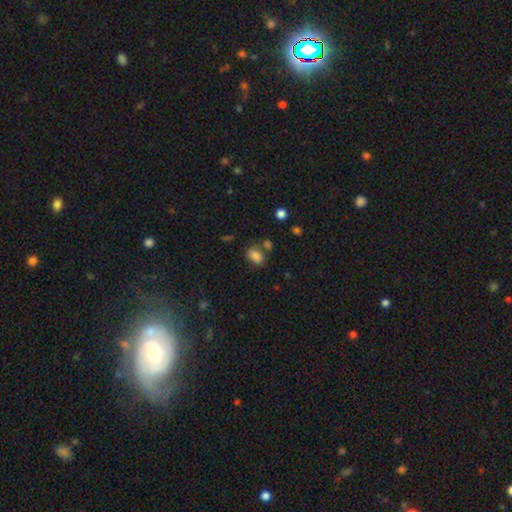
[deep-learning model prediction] Overall: smooth (82%). How rounded: in between (76%). Merging: none (63%).